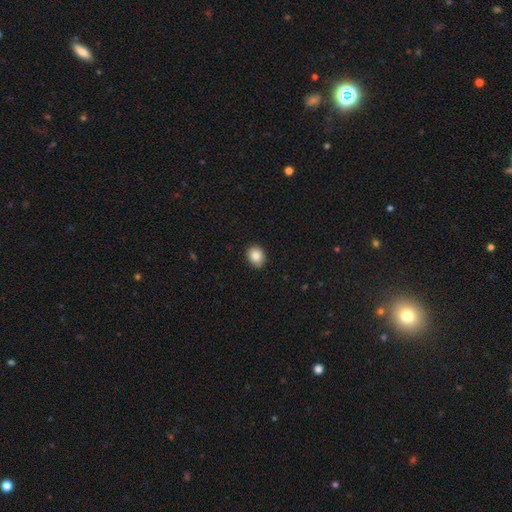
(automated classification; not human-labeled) Smooth or featured: smooth — 86% (star or artifact — 9%)
How rounded: round — 55% (in between — 44%)
Merging: none — 88% (minor disturbance — 9%)